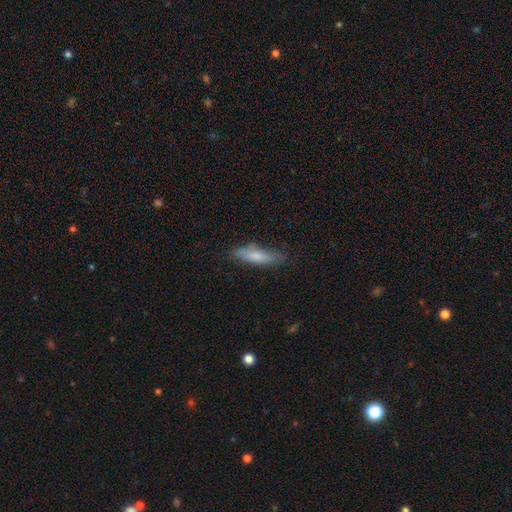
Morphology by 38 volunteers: Smooth or featured: smooth — 76% (featured or disk — 16%)
How rounded: cigar-shaped — 52% (in between — 48%)
Merging: none — 57% (minor disturbance — 31%)